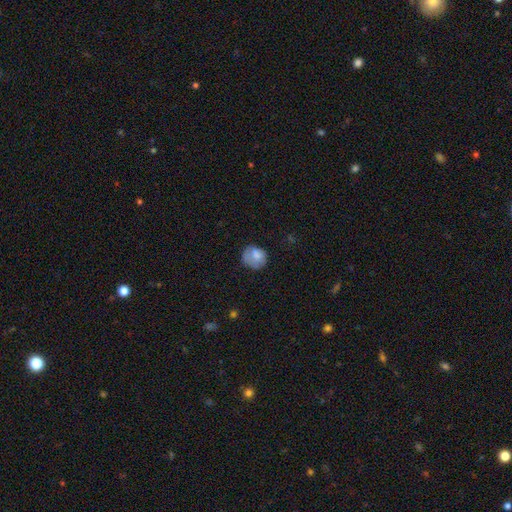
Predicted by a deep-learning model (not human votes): smooth_or_featured: smooth (p=0.75) [alt: featured or disk p=0.17]
how_rounded: round (p=0.73) [alt: in between p=0.26]
merging: none (p=0.55) [alt: minor disturbance p=0.28]